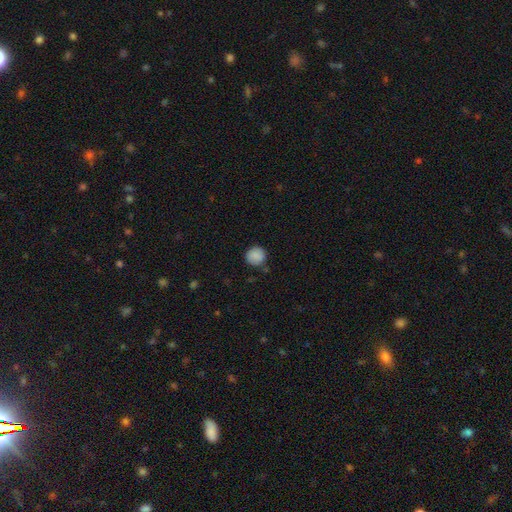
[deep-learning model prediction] Smooth or featured?
  - smooth: 88% *
  - star or artifact: 8%
  - featured or disk: 4%
How rounded?
  - round: 91% *
  - in between: 8%
  - cigar-shaped: 1%
Merging?
  - none: 82% *
  - minor disturbance: 13%
  - major disturbance: 3%
  - merger: 2%